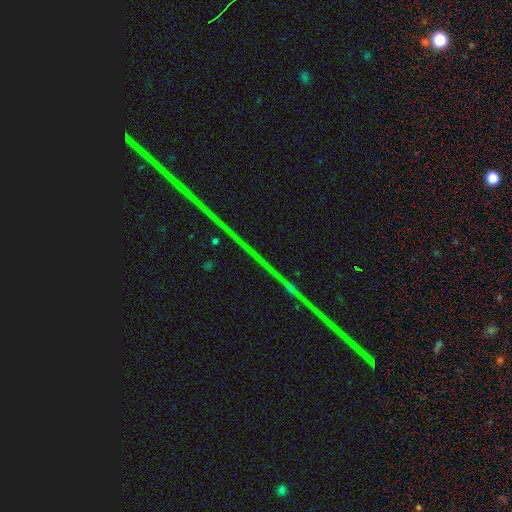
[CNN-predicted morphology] smooth_or_featured: star or artifact (p=0.89) [alt: featured or disk p=0.07]